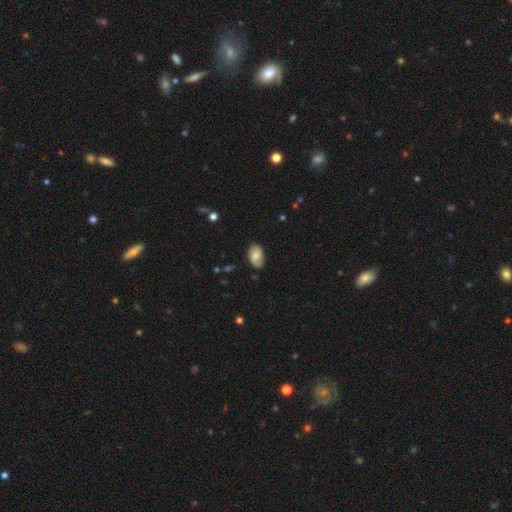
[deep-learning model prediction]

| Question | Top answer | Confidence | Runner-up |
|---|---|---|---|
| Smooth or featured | smooth | 61% | featured or disk (32%) |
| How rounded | in between | 90% | round (9%) |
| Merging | none | 71% | minor disturbance (23%) |